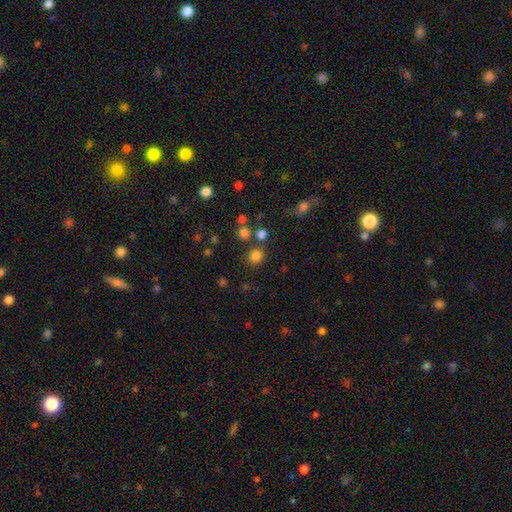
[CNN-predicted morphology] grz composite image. It shows a smooth galaxy with no disk features (79%) that is round (91%). Merging: none (79%).